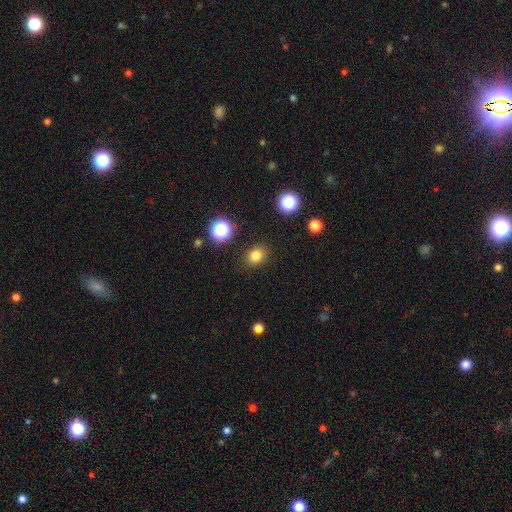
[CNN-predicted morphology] smooth 80%, star or artifact 14%, featured or disk 6%. Down the decision tree: how rounded — in between (50%); merging — none (87%).